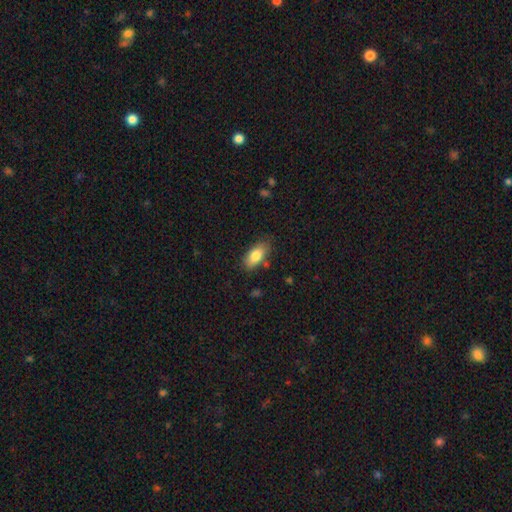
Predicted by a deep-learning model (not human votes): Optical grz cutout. It shows a smooth galaxy with no disk features (82%) that is in between round and cigar-shaped (90%). Merging: none (79%).